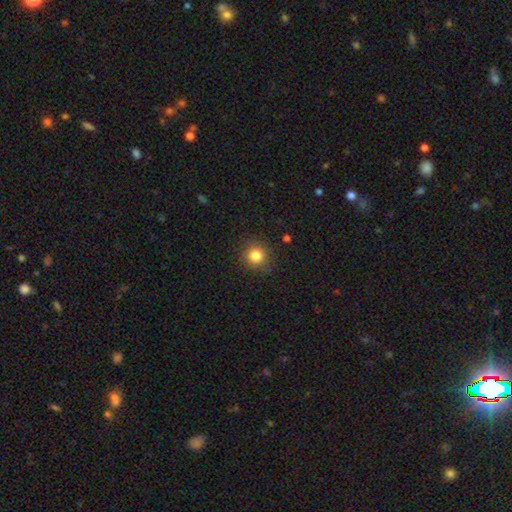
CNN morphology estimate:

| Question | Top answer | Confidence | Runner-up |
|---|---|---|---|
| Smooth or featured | smooth | 82% | star or artifact (12%) |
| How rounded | round | 91% | in between (8%) |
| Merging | none | 88% | minor disturbance (8%) |